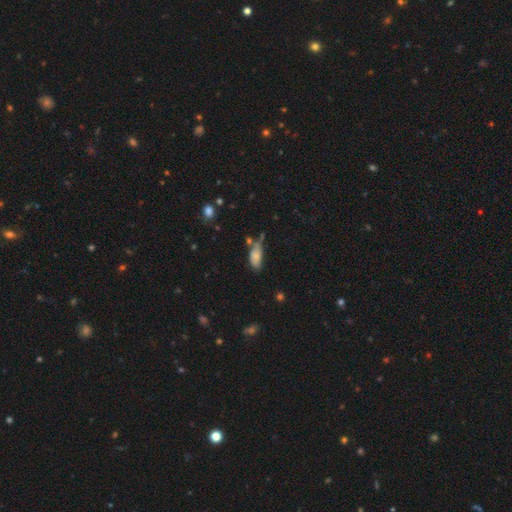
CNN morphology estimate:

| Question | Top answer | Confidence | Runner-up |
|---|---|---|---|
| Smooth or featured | smooth | 73% | featured or disk (18%) |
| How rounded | in between | 83% | cigar-shaped (15%) |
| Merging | none | 40% | minor disturbance (32%) |